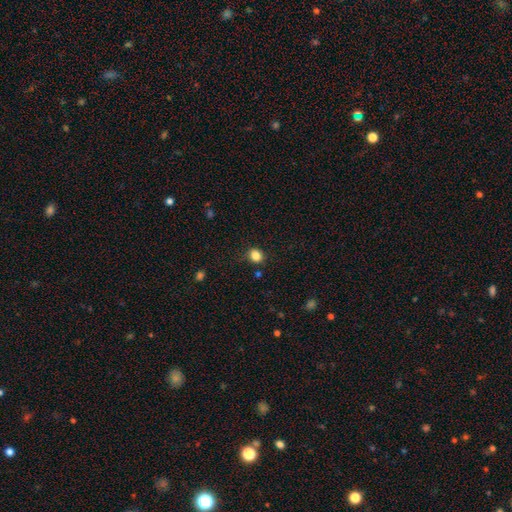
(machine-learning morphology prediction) Smooth or featured? smooth (84%)
How rounded? round (65%)
Merging? none (84%)